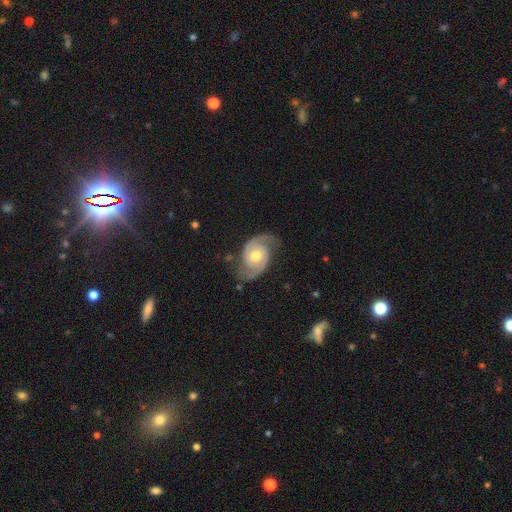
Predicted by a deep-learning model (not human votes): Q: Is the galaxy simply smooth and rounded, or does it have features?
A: featured or disk — 90%.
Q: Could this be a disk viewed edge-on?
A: no — 98%.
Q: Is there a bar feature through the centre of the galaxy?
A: no — 69%.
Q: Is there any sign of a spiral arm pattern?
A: yes — 97%.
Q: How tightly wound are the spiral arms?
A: medium — 51%.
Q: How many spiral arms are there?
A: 2 — 94%.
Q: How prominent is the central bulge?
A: moderate — 77%.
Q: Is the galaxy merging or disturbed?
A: none — 78%.